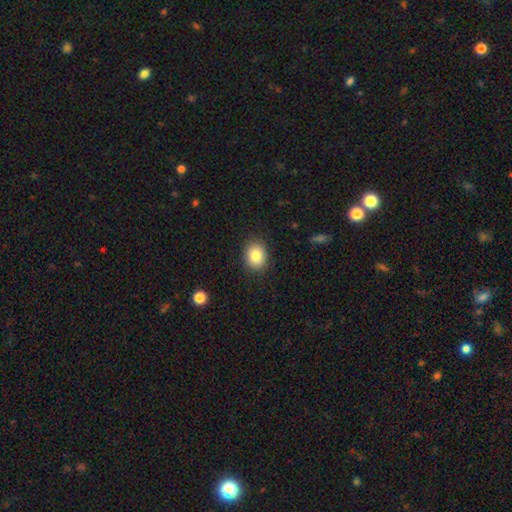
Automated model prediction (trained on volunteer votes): Smooth or featured: smooth — 84% (star or artifact — 9%)
How rounded: round — 51% (in between — 48%)
Merging: none — 88% (minor disturbance — 8%)